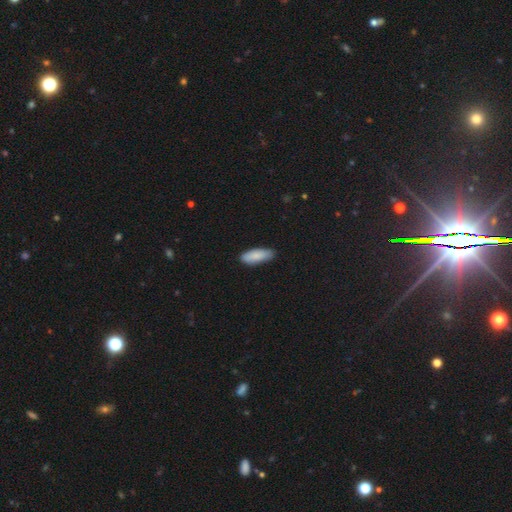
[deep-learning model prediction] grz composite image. It shows a smooth galaxy with no disk features (86%) that is in between round and cigar-shaped (71%). Merging: none (83%).